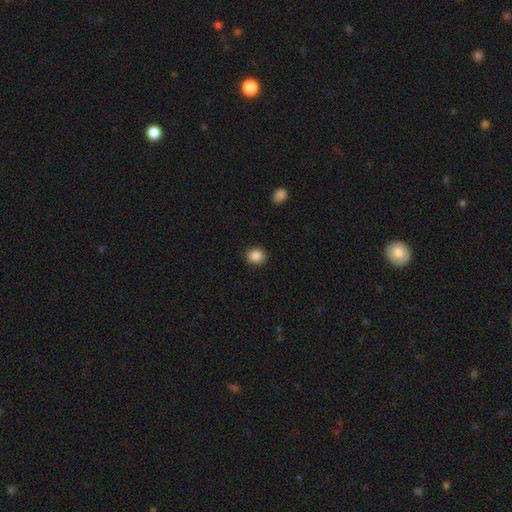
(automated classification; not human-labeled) Overall: smooth (87%). How rounded: round (71%). Merging: none (90%).